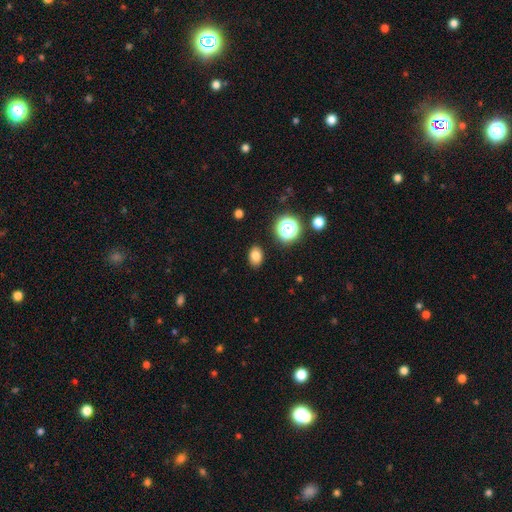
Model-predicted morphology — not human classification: This appears to be a smooth galaxy with no disk features (80%) that is in between round and cigar-shaped (72%). Merging: none (88%).